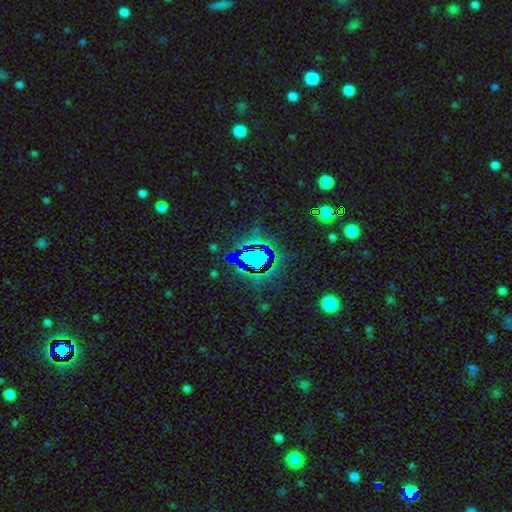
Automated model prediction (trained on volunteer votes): A star or artifact, not a galaxy (82%).

Vote fractions:
- Smooth or featured? star or artifact: 82% / smooth: 10% / featured or disk: 8%